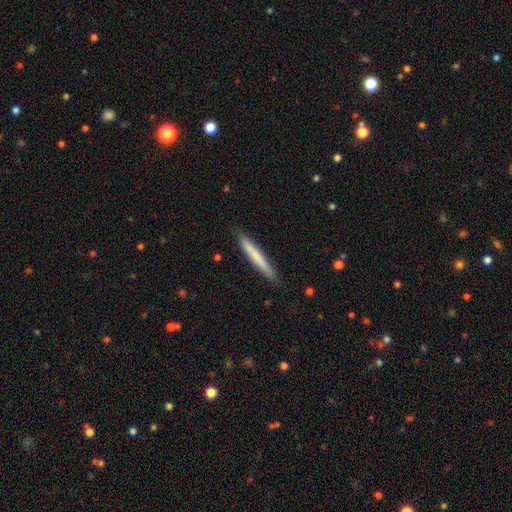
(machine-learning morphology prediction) This is likely a smooth galaxy (68%). How rounded: clearly cigar-shaped (96%). Merging: clearly none (90%).